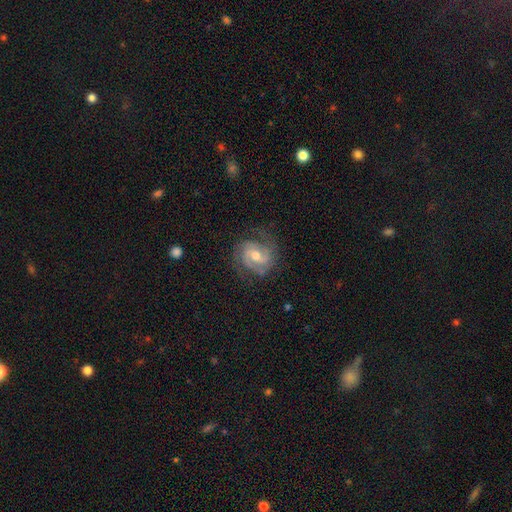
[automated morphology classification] Smooth or featured? Predicted: featured or disk (p=0.85). Edge-on disk? Predicted: no (p=0.98). Bar? Predicted: weak (p=0.47). Spiral arms? Predicted: yes (p=0.95). Spiral winding? Predicted: medium (p=0.44, tied with tight). Spiral arm count? Predicted: 2 (p=0.67). Bulge size? Predicted: moderate (p=0.70). Merging? Predicted: none (p=0.71).